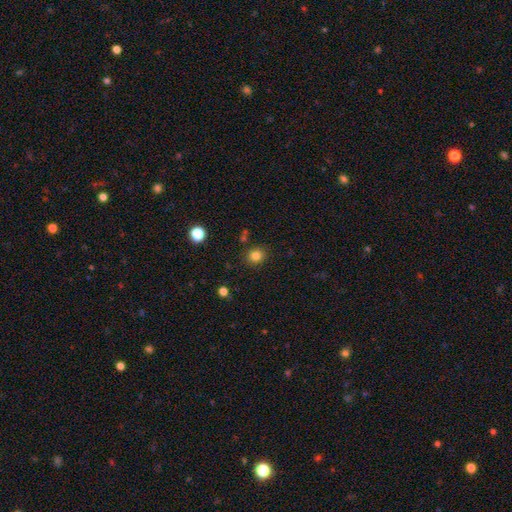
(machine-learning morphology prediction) Q: Smooth or featured?
A: smooth (82%); runner-up: star or artifact (13%)
Q: How rounded?
A: round (81%); runner-up: in between (18%)
Q: Merging?
A: none (86%); runner-up: minor disturbance (9%)